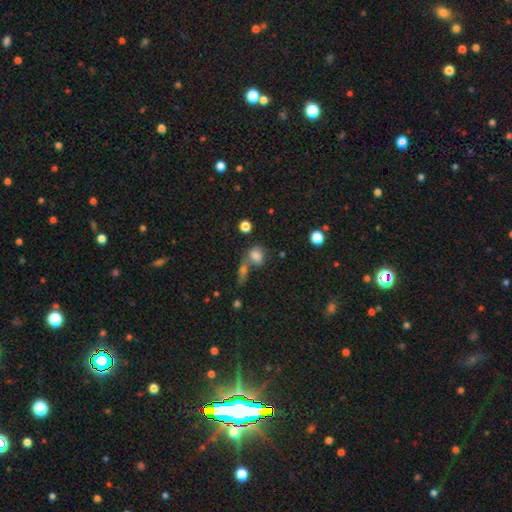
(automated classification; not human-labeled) smooth 77%, star or artifact 12%, featured or disk 10%. Down the decision tree: how rounded — round (59%); merging — none (41%, tied with merger).